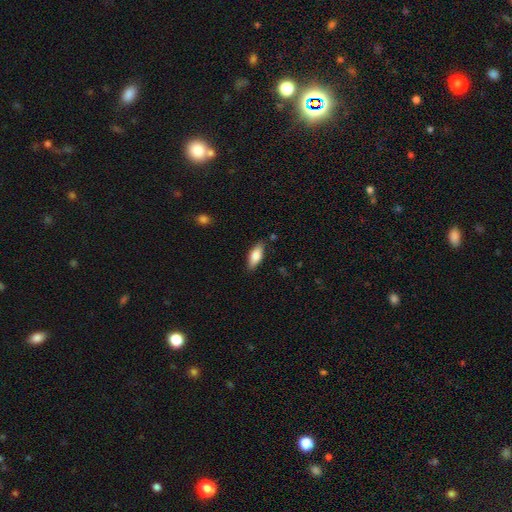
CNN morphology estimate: smooth_or_featured: smooth (p=0.78) [alt: featured or disk p=0.16]
how_rounded: in between (p=0.77) [alt: cigar-shaped p=0.21]
merging: none (p=0.82) [alt: minor disturbance p=0.14]